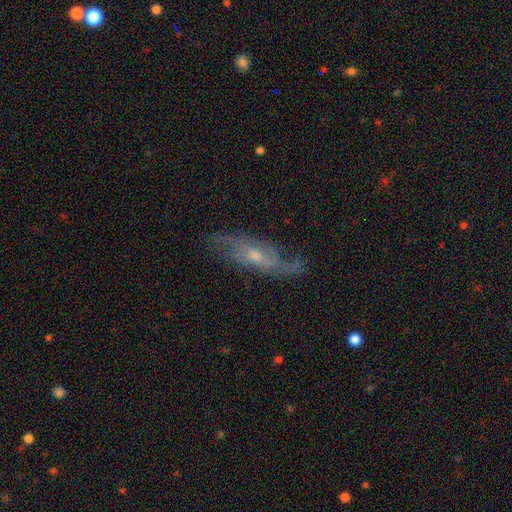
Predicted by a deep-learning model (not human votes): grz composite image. It shows a featured or disk galaxy (77%) with no bar (58%), 2 (55%) loose (42%) spiral arms (87%) and a moderate central bulge (50%). Merging: none (65%).